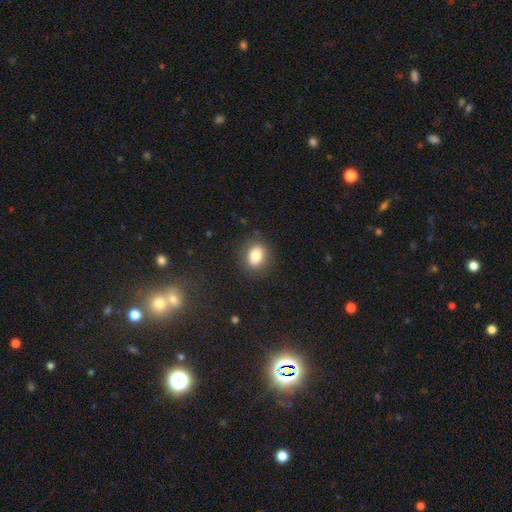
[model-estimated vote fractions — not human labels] This appears to be a smooth galaxy with no disk features (80%) that is in between round and cigar-shaped (58%). Merging: none (83%).